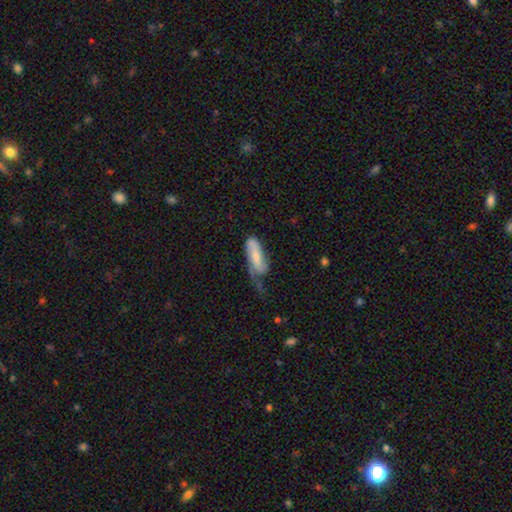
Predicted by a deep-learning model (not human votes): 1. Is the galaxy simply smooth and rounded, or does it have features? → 55% smooth, 39% featured or disk, 6% star or artifact.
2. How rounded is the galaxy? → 65% in between, 33% cigar-shaped, 2% round.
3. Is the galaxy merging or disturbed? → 36% major disturbance, 33% minor disturbance, 27% none, 4% merger.